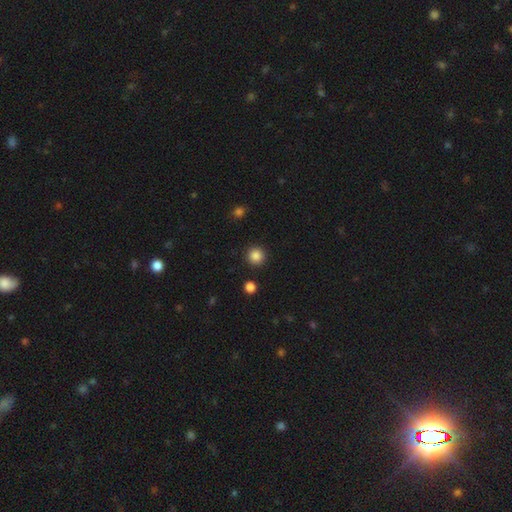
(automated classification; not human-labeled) Morphology: type=smooth (86%); roundness=round (95%); merging=none (92%).